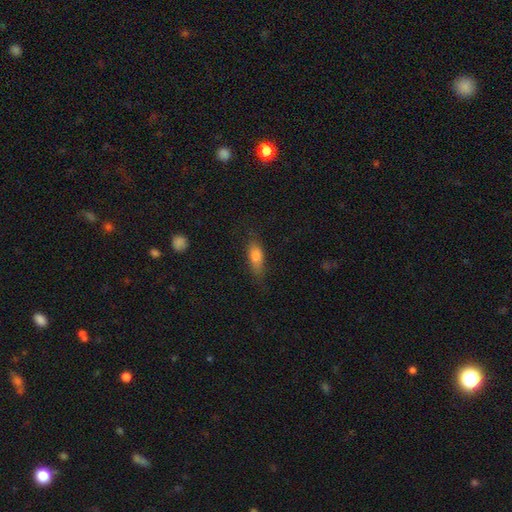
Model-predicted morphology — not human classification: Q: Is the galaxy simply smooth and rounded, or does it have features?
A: smooth — 76%.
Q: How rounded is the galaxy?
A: in between — 63%.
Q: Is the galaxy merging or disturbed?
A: none — 68%.